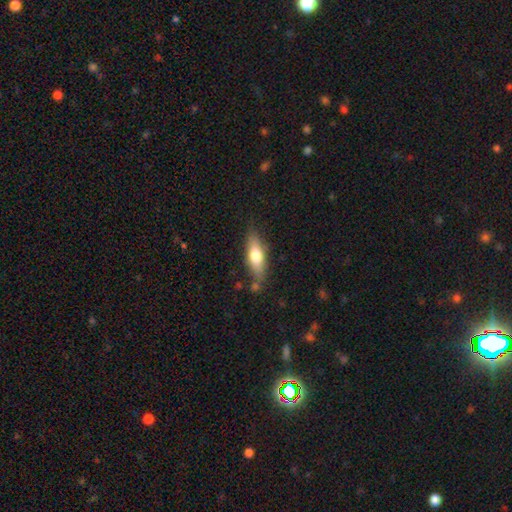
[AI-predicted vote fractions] Smooth or featured? Predicted: smooth (p=0.61). How rounded? Predicted: in between (p=0.50). Merging? Predicted: none (p=0.76).